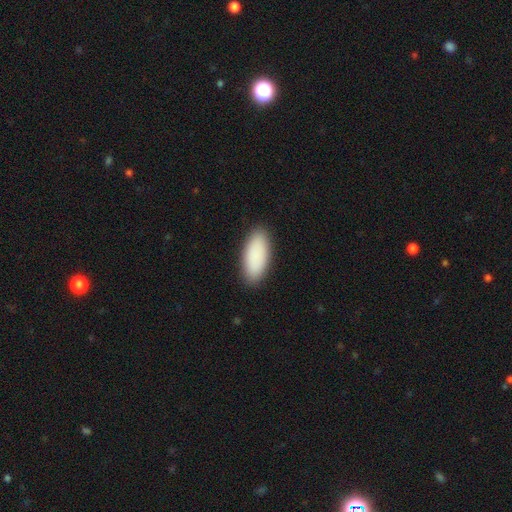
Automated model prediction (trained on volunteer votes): A smooth galaxy with no disk features (89%) that is in between round and cigar-shaped (85%).

Vote fractions:
- Smooth or featured? smooth: 89% / star or artifact: 6% / featured or disk: 5%
- How rounded? in between: 85% / cigar-shaped: 13% / round: 2%
- Merging? none: 89% / minor disturbance: 8% / major disturbance: 2% / merger: 1%